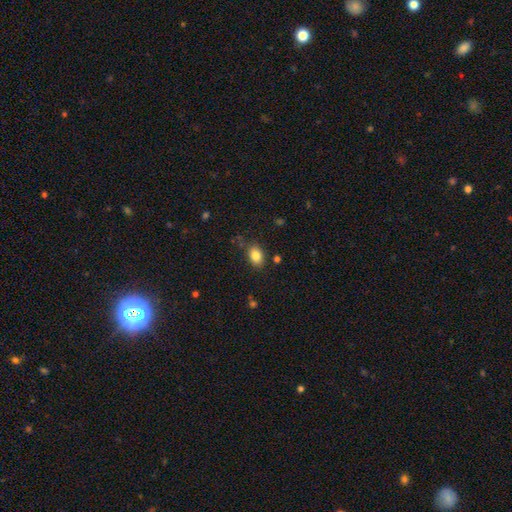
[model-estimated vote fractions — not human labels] This appears to be a smooth galaxy with no disk features (84%) that is in between round and cigar-shaped (77%). Merging: none (81%).